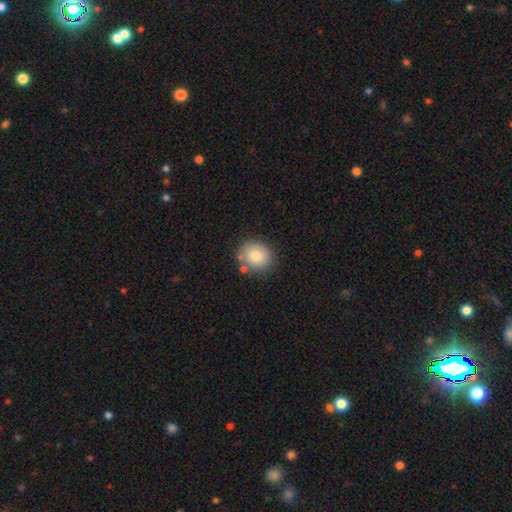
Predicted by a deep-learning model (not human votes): Smooth or featured? smooth (80%)
How rounded? round (71%)
Merging? none (74%)